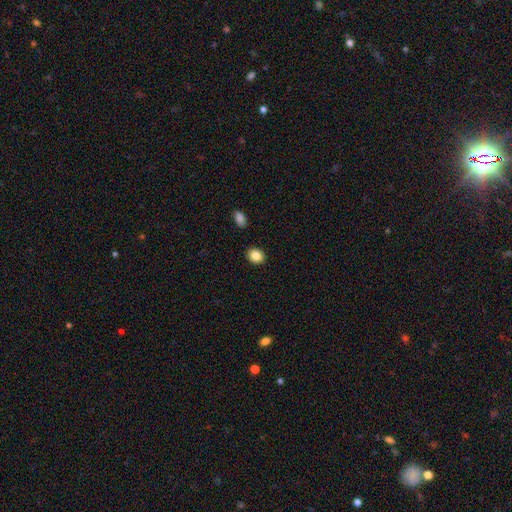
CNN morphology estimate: Smooth or featured? smooth (86%)
How rounded? in between (50%, tied with round)
Merging? none (90%)